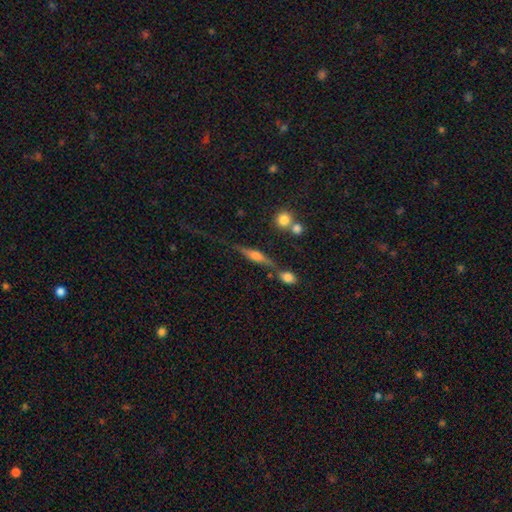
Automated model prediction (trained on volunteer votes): A featured or disk galaxy (65%) viewed edge-on (94%) with a rounded central bulge (80%). Merging: none (68%).